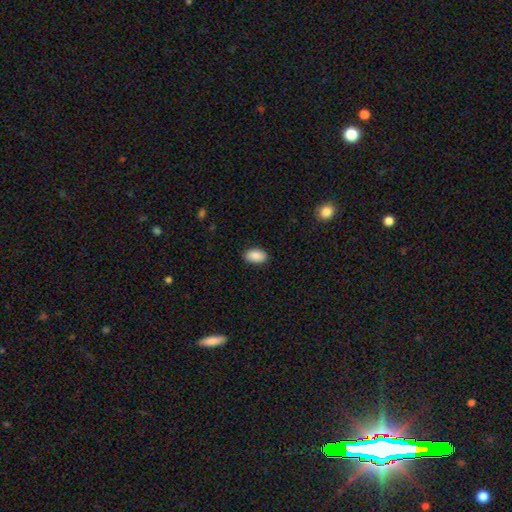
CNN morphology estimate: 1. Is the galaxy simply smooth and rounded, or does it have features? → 88% smooth, 7% star or artifact, 5% featured or disk.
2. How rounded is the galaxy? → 93% in between, 5% round, 2% cigar-shaped.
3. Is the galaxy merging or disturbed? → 87% none, 10% minor disturbance, 2% major disturbance, 1% merger.